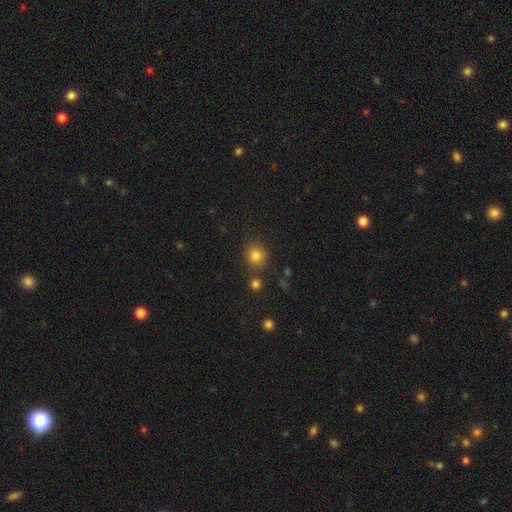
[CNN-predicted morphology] Smooth or featured? smooth (80%)
How rounded? round (89%)
Merging? none (80%)